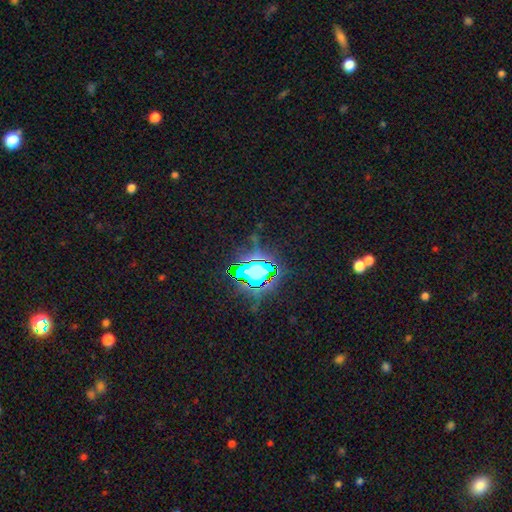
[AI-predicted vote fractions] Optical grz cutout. It shows a star or artifact, not a galaxy (78%).